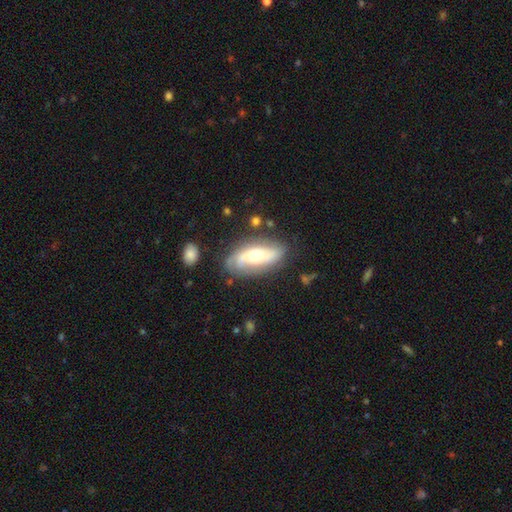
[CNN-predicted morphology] This is likely a featured or disk galaxy (64%). It is clearly not viewed edge-on (87%). Bar: possibly no (59%). Spiral arm pattern: clearly yes (85%). Central bulge: possibly moderate (58%). Merging: likely none (70%).